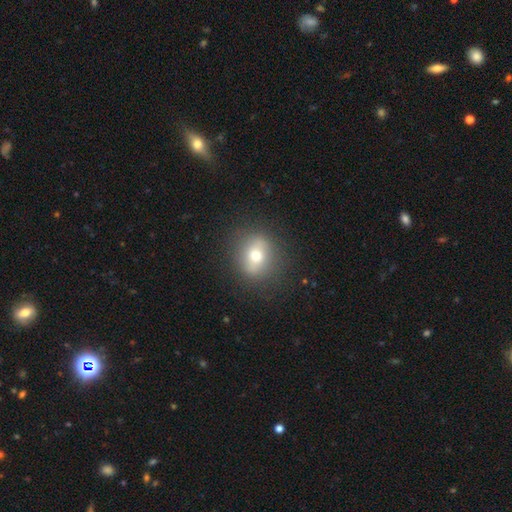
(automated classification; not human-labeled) Smooth or featured? smooth (60%)
How rounded? round (67%)
Merging? none (85%)